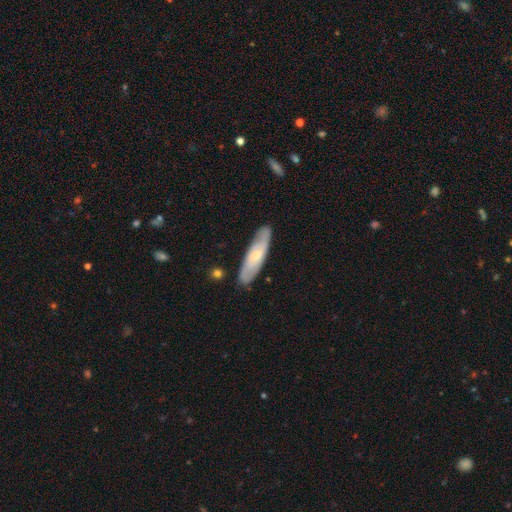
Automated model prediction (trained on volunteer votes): This is possibly a featured or disk galaxy (50%). It is likely not viewed edge-on (67%). Merging: clearly none (84%).